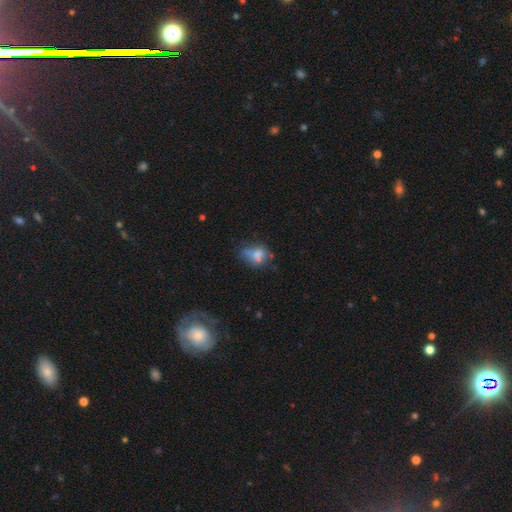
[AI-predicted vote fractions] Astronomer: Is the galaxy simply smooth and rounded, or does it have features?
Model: smooth — 59%.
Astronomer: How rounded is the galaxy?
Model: in between — 61% (runner-up: round, 37%).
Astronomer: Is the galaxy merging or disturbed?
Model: none — 36% (runner-up: minor disturbance, 24%).